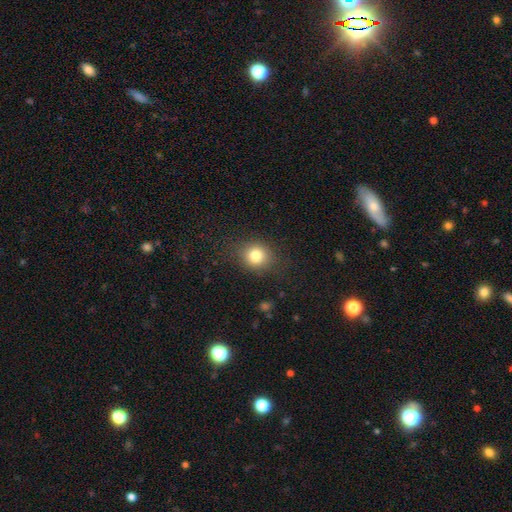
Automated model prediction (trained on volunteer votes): smooth 81%, star or artifact 11%, featured or disk 8%. Down the decision tree: how rounded — round (77%); merging — none (82%).